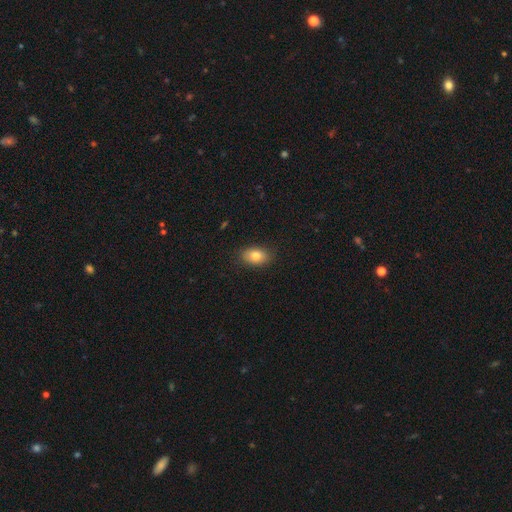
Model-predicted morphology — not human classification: Overall: smooth (81%). How rounded: in between (85%). Merging: none (86%).